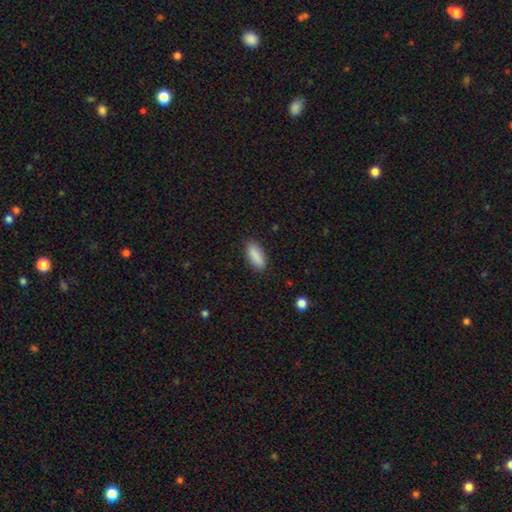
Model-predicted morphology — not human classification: smooth 89%, star or artifact 6%, featured or disk 5%. Down the decision tree: how rounded — in between (76%); merging — none (88%).